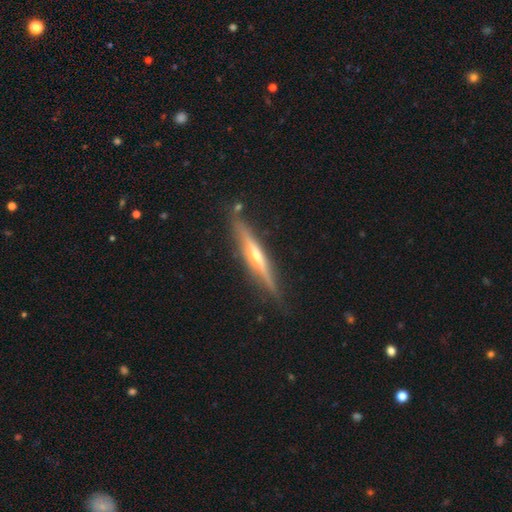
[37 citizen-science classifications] Smooth or featured?
  - featured or disk: 78% *
  - smooth: 14%
  - star or artifact: 8%
Edge-on disk?
  - yes: 100% *
  - no: 0%
Edge-on bulge?
  - rounded: 69% *
  - none: 31%
  - boxy: 0%
Merging?
  - none: 88% *
  - minor disturbance: 9%
  - merger: 3%
  - major disturbance: 0%